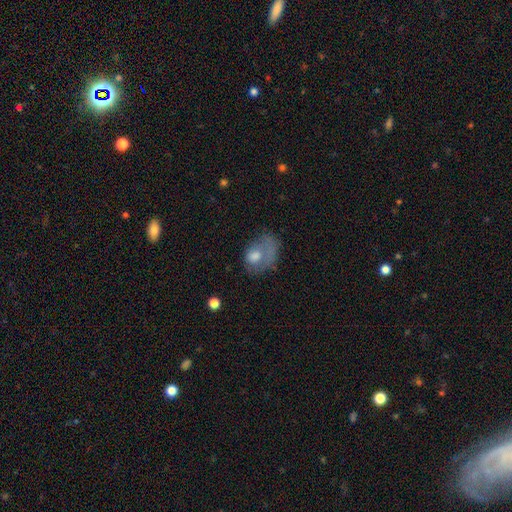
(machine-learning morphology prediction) Smooth or featured? smooth (54%)
How rounded? in between (72%)
Merging? major disturbance (43%)